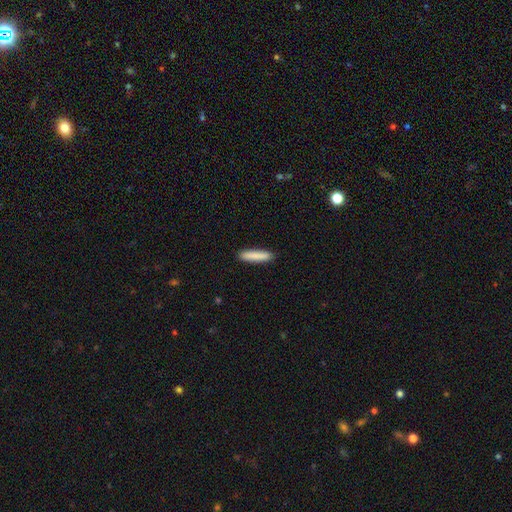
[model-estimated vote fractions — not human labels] A smooth galaxy with no disk features (86%) that is cigar-shaped (87%). Merging: none (90%).